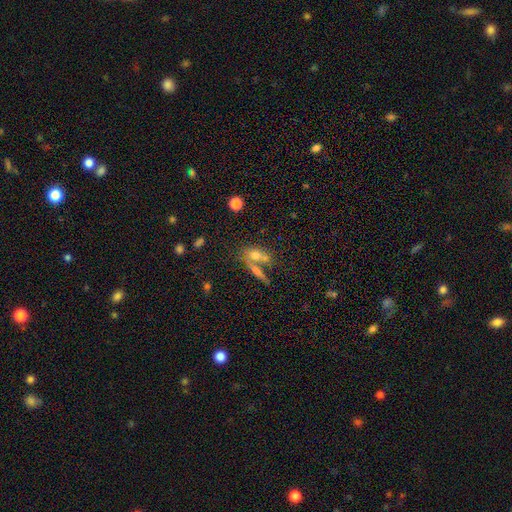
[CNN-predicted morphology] smooth_or_featured: smooth (p=0.60) [alt: featured or disk p=0.26]
how_rounded: in between (p=0.57) [alt: round p=0.25]
merging: merger (p=0.42) [alt: none p=0.41]